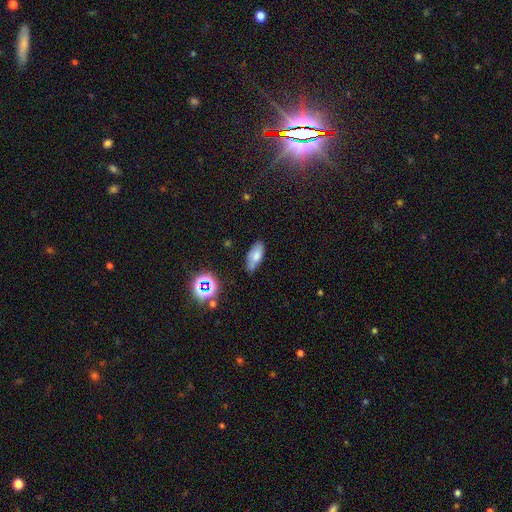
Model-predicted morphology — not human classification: A smooth galaxy with no disk features (71%) that is in between round and cigar-shaped (80%).

Vote fractions:
- Smooth or featured? smooth: 71% / featured or disk: 17% / star or artifact: 12%
- How rounded? in between: 80% / cigar-shaped: 16% / round: 4%
- Merging? none: 63% / minor disturbance: 27% / major disturbance: 6% / merger: 5%